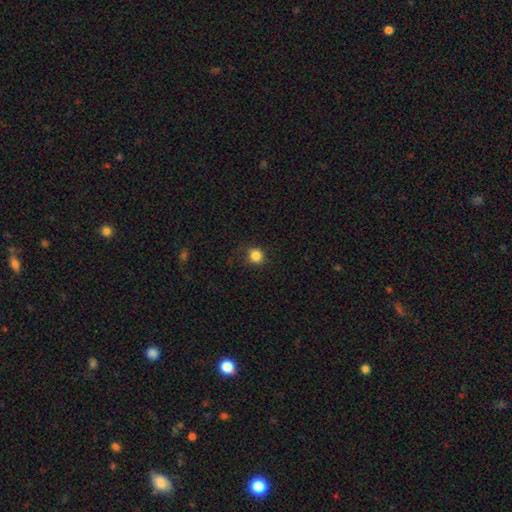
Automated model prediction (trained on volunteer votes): This appears to be a smooth galaxy with no disk features (85%) that is round (91%). Merging: none (85%).